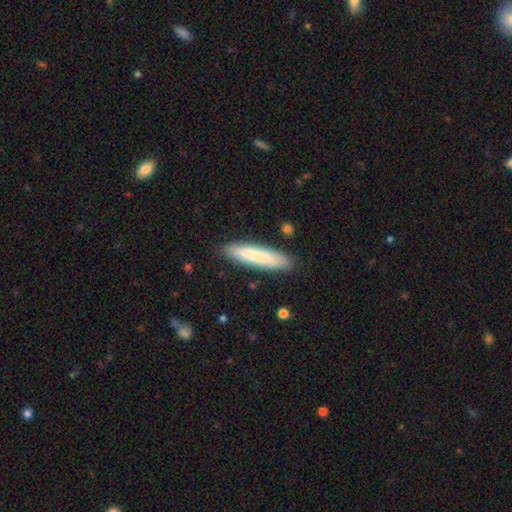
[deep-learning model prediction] This appears to be a smooth galaxy with no disk features (75%) that is cigar-shaped (82%). Merging: none (87%).